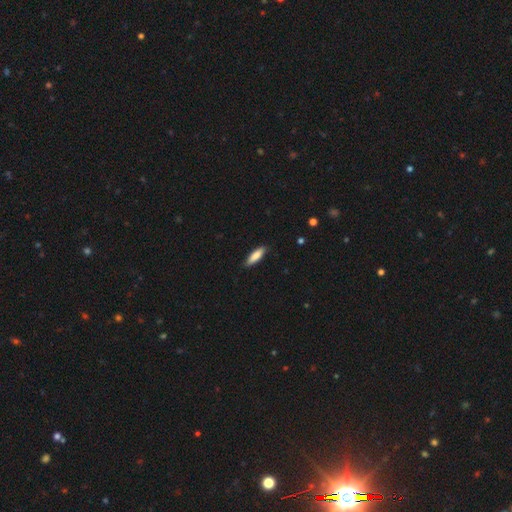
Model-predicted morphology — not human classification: type=smooth (82%); roundness=cigar-shaped (61%); merging=none (86%).